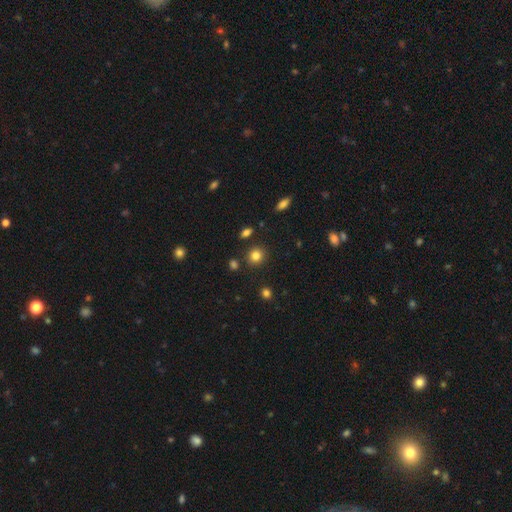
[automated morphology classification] Smooth or featured? Predicted: smooth (p=0.83). How rounded? Predicted: round (p=0.85). Merging? Predicted: none (p=0.86).